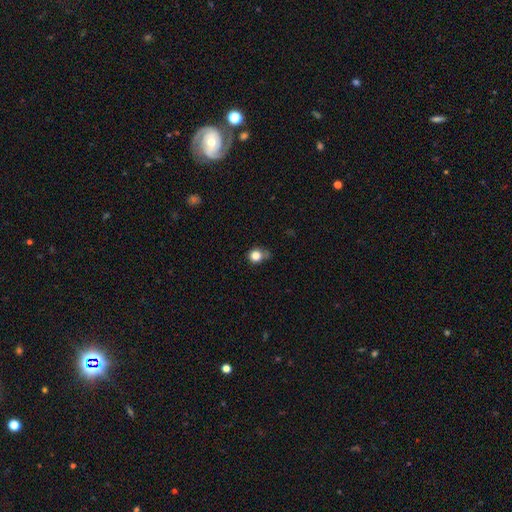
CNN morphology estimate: This appears to be a smooth galaxy with no disk features (83%) that is round (86%). Merging: none (57%).